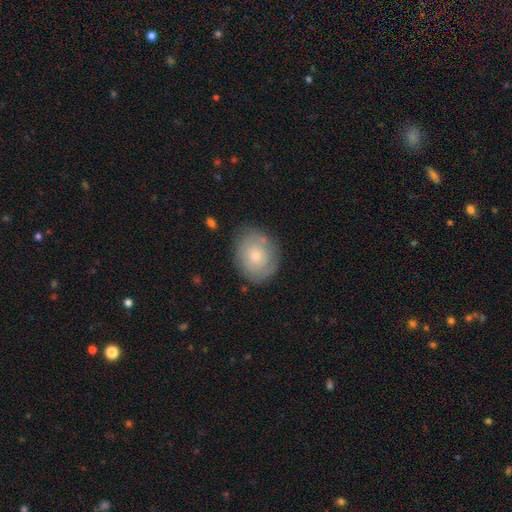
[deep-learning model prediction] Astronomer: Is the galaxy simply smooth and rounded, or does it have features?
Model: smooth — 57% (runner-up: featured or disk, 36%).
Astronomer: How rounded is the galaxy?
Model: round — 58% (runner-up: in between, 41%).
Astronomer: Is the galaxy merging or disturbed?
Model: none — 78%.